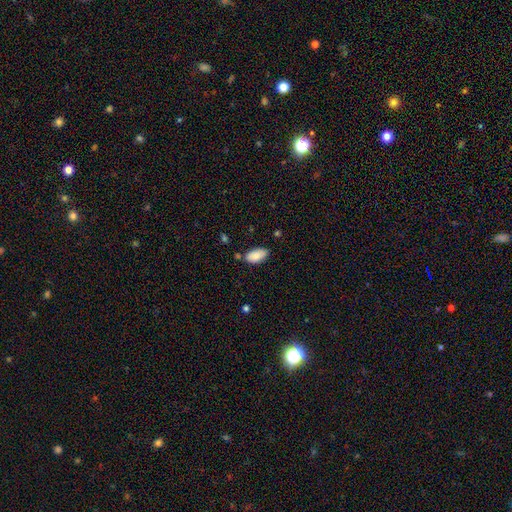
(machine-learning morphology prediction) Q: Smooth or featured?
A: smooth (85%); runner-up: featured or disk (8%)
Q: How rounded?
A: in between (94%); runner-up: cigar-shaped (4%)
Q: Merging?
A: none (76%); runner-up: minor disturbance (17%)